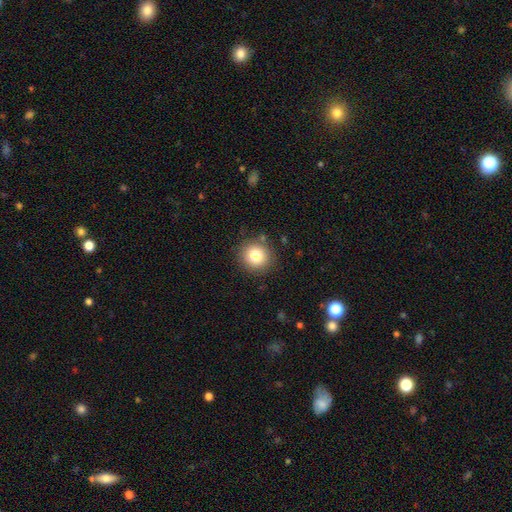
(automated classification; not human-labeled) Smooth or featured: smooth — 81% (star or artifact — 11%)
How rounded: round — 91% (in between — 8%)
Merging: none — 87% (minor disturbance — 8%)